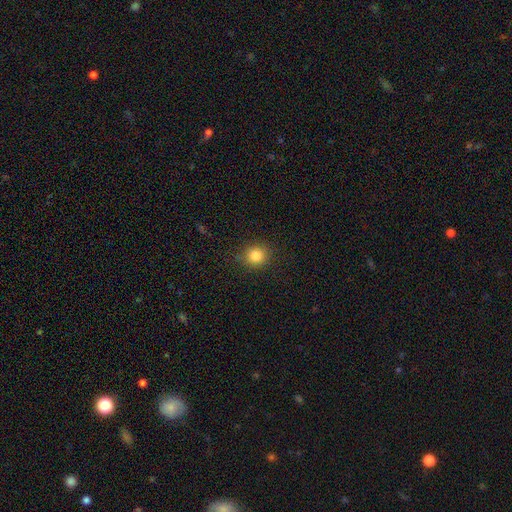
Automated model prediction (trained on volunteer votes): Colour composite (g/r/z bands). It shows a smooth galaxy with no disk features (83%) that is round (86%). Merging: none (87%).